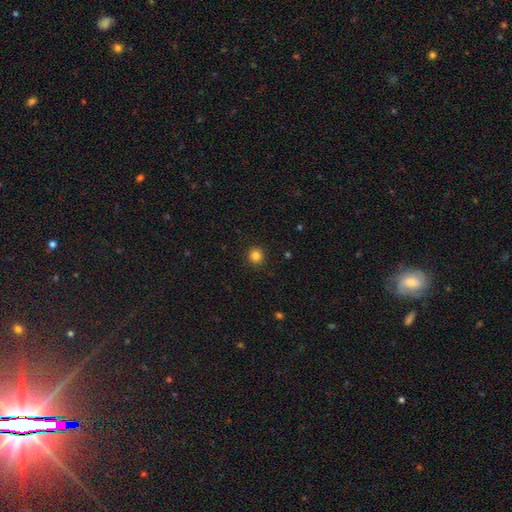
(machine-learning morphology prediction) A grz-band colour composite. It shows a smooth galaxy with no disk features (84%) that is round (94%). Merging: none (92%).